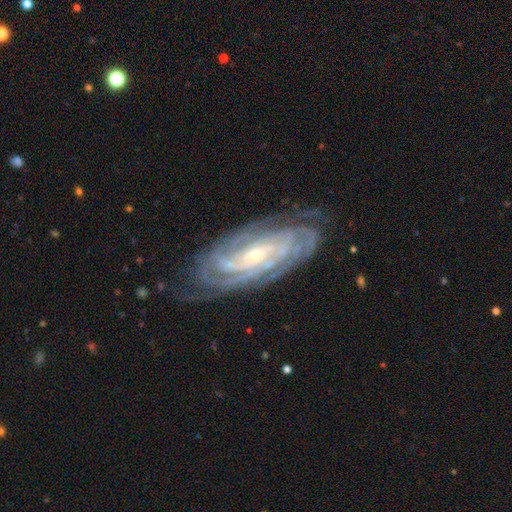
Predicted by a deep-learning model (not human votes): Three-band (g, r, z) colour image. It shows a featured or disk galaxy (88%) with no bar (50%), tight (77%) spiral arms (97%) and a small central bulge (68%). Merging: none (77%).